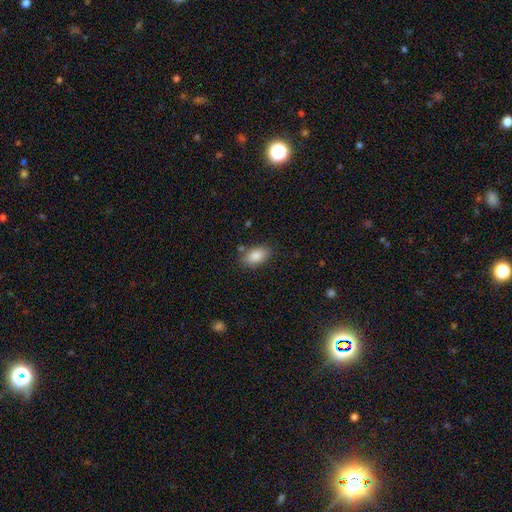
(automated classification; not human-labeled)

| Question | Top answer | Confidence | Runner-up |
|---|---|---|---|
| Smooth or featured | smooth | 87% | star or artifact (7%) |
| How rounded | in between | 92% | round (6%) |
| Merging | none | 79% | minor disturbance (13%) |